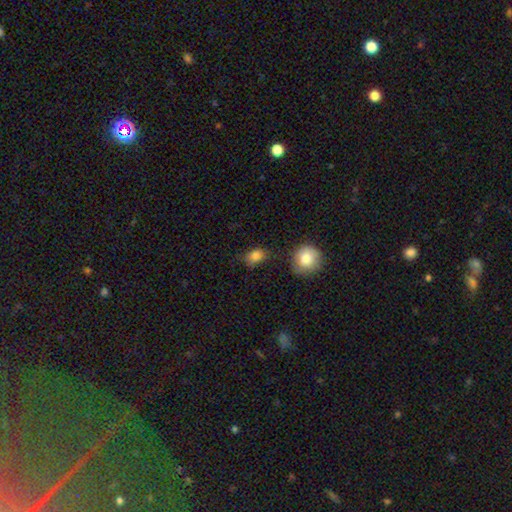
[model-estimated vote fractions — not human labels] Smooth or featured? Predicted: smooth (p=0.83). How rounded? Predicted: in between (p=0.67). Merging? Predicted: none (p=0.60).